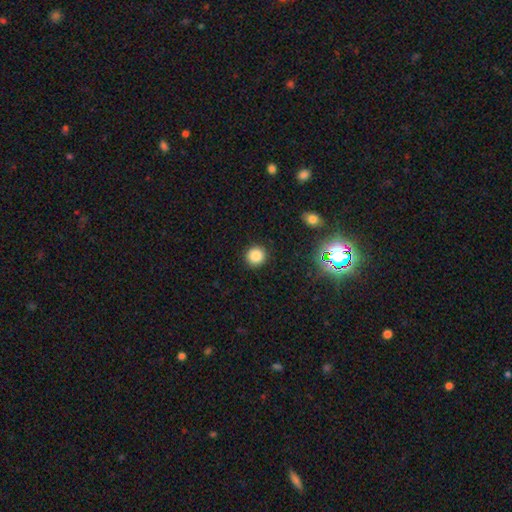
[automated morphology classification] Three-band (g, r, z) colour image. It shows a smooth galaxy with no disk features (83%) that is round (92%). Merging: none (91%).